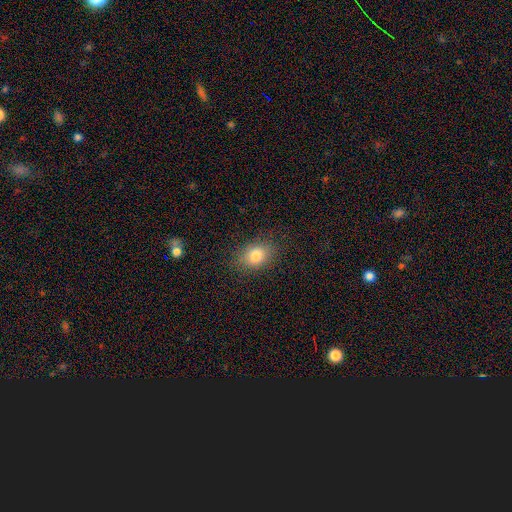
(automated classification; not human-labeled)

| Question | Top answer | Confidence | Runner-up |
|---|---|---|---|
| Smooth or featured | smooth | 80% | star or artifact (11%) |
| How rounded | in between | 67% | round (31%) |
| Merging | none | 85% | minor disturbance (11%) |